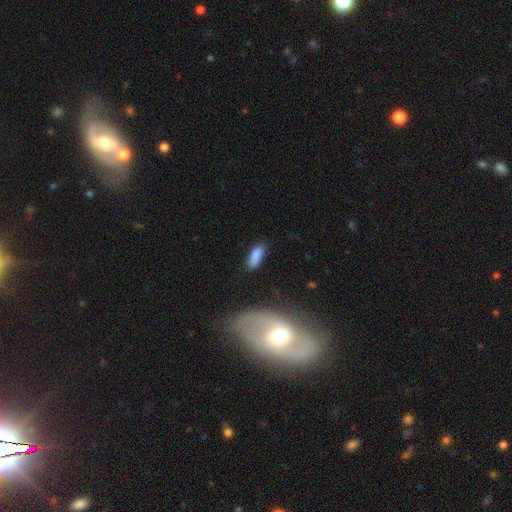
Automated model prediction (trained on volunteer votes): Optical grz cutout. It shows a smooth galaxy with no disk features (86%) that is in between round and cigar-shaped (69%). Merging: none (74%).